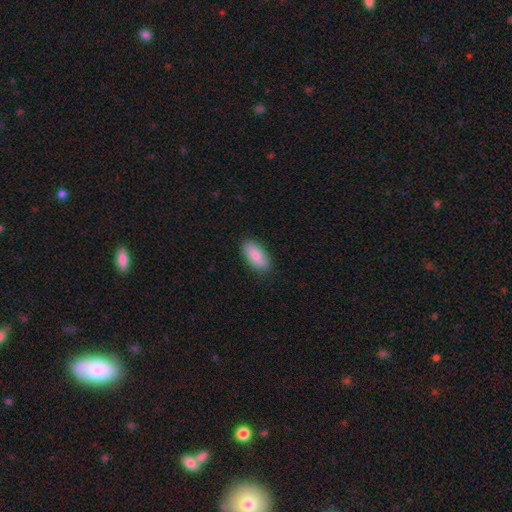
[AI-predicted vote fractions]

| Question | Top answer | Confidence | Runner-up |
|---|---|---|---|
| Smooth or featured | smooth | 88% | featured or disk (7%) |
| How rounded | in between | 91% | cigar-shaped (7%) |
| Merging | none | 87% | minor disturbance (10%) |